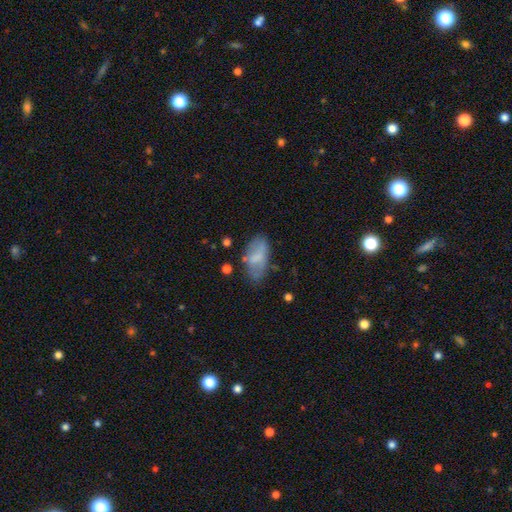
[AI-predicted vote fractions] The model was most divided on "merging": none: 56%, minor disturbance: 27%, major disturbance: 12%, merger: 5%. More confident: how rounded — in between (89%); smooth or featured — smooth (61%).